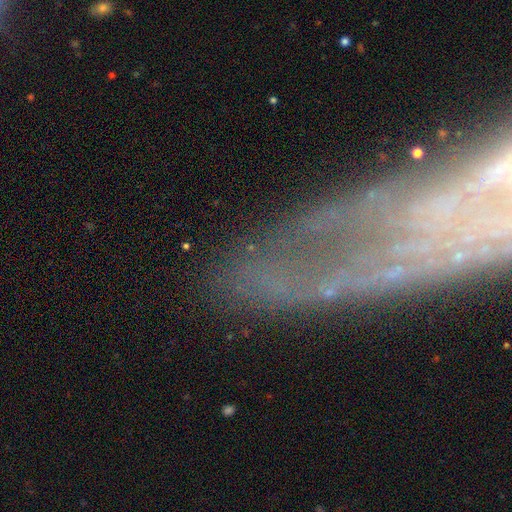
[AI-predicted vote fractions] This is likely a featured or disk galaxy (63%). It is likely not viewed edge-on (68%). Merging: likely none (74%).